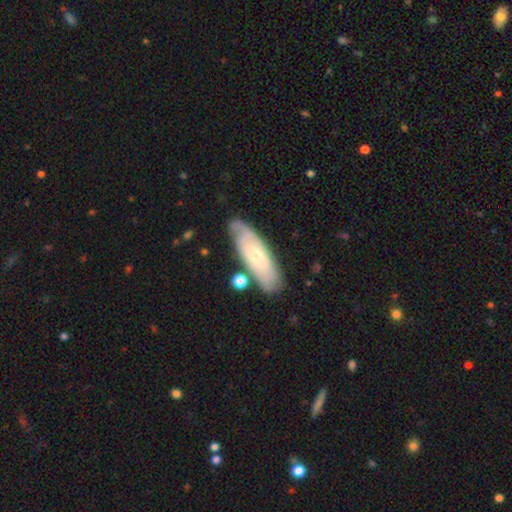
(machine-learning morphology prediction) A featured or disk galaxy (61%). Merging: none (75%).